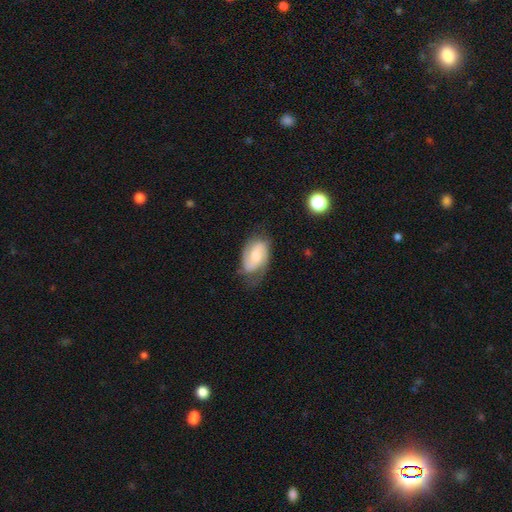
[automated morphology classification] Overall: featured or disk (58%; smooth 35%). Edge-on disk: no (96%). Bar: no (50%; weak 40%). Spiral arms: yes (88%). Bulge size: moderate (56%; small 30%). Merging: none (55%; minor disturbance 30%).